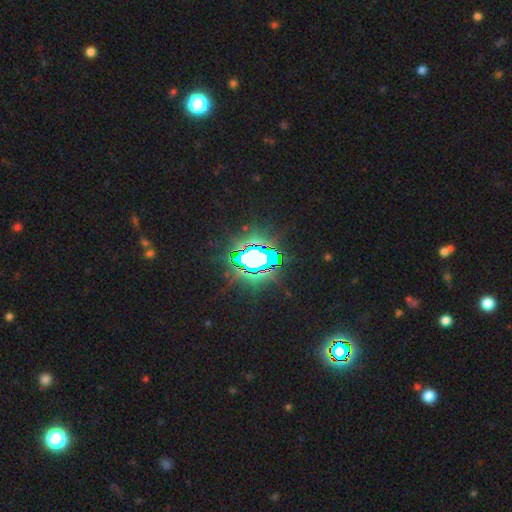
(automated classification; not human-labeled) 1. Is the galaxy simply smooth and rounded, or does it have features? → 73% star or artifact, 15% smooth, 12% featured or disk.